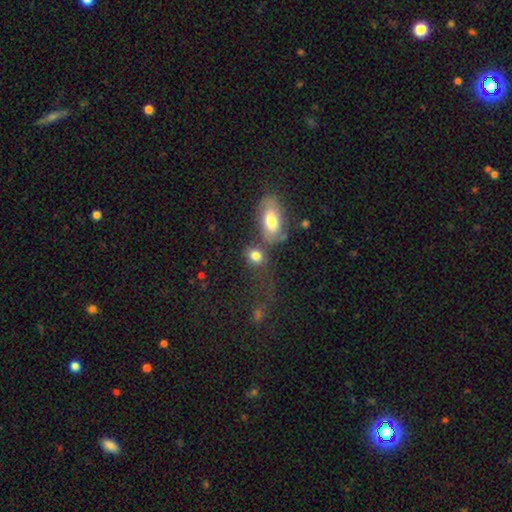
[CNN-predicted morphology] The model was most divided on "how rounded": in between: 57%, round: 41%, cigar-shaped: 2%. Remaining: smooth or featured — smooth (81%); merging — none (47%).